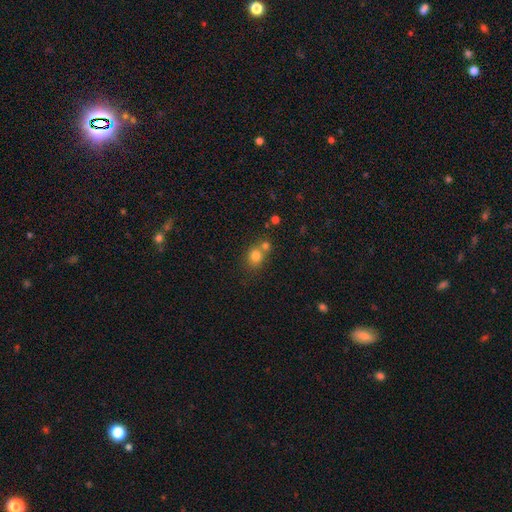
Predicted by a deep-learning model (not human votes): This is likely a smooth galaxy (78%). How rounded: likely round (72%). Merging: possibly none (50%).